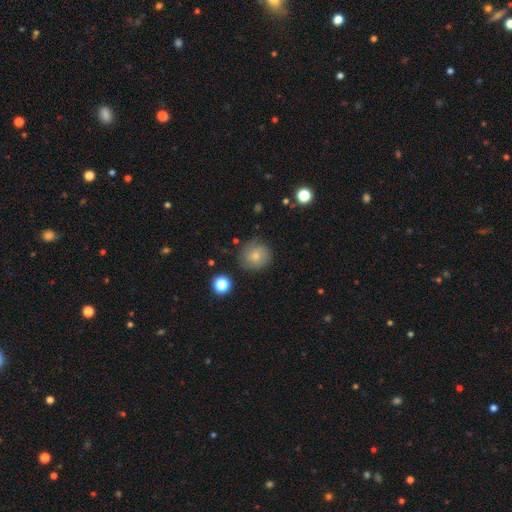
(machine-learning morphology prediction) The model was most divided on "smooth or featured": smooth: 73%, featured or disk: 16%, star or artifact: 11%. More confident: how rounded — round (93%); merging — none (79%).